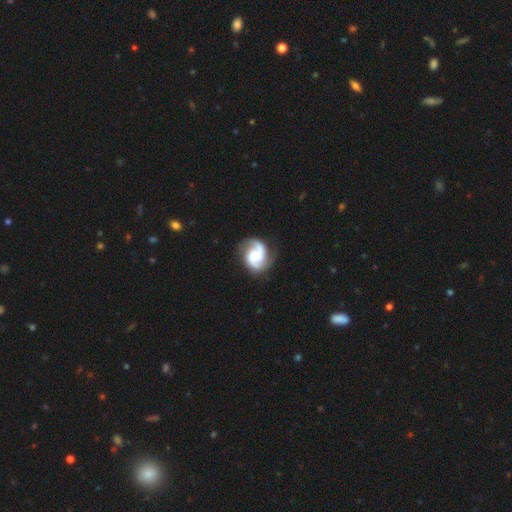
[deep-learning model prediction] Smooth or featured? Predicted: featured or disk (p=0.87). Edge-on disk? Predicted: no (p=0.98). Bar? Predicted: no (p=0.51). Spiral arms? Predicted: yes (p=0.98). Spiral winding? Predicted: medium (p=0.53). Spiral arm count? Predicted: 2 (p=0.91). Bulge size? Predicted: moderate (p=0.48). Merging? Predicted: none (p=0.79).